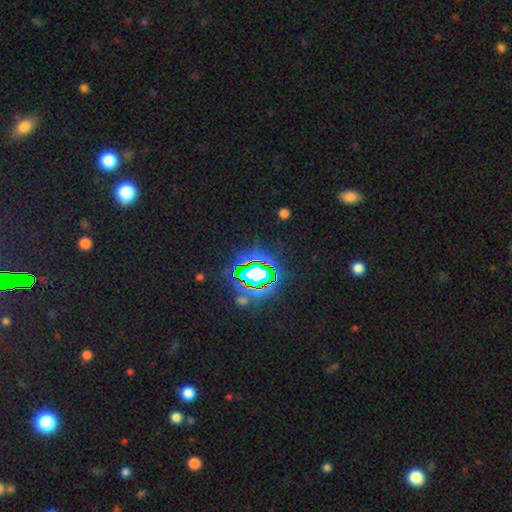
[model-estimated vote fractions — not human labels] Smooth or featured? Predicted: star or artifact (p=0.83).